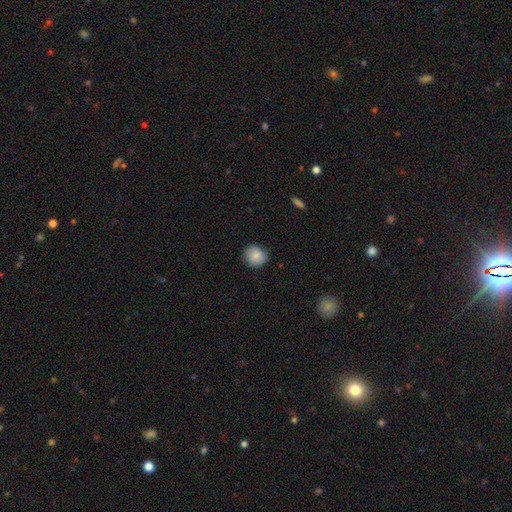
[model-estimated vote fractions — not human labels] Overall: smooth (84%). How rounded: round (87%). Merging: none (82%).